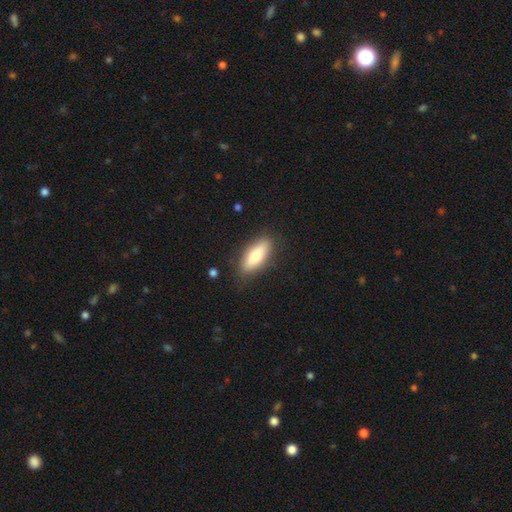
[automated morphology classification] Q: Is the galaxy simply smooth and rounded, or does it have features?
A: smooth — 76%.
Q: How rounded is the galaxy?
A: in between — 67%.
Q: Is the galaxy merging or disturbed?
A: none — 84%.